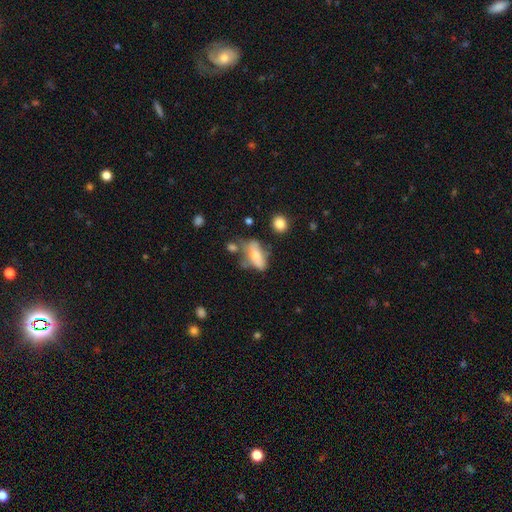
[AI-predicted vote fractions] This appears to be a smooth galaxy with no disk features (65%) that is in between round and cigar-shaped (82%). Merging: none (37%).